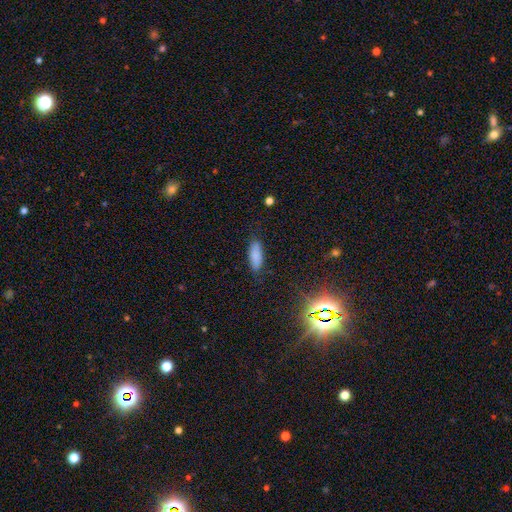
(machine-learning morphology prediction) smooth 84%, star or artifact 9%, featured or disk 7%. Down the decision tree: how rounded — in between (68%); merging — none (83%).